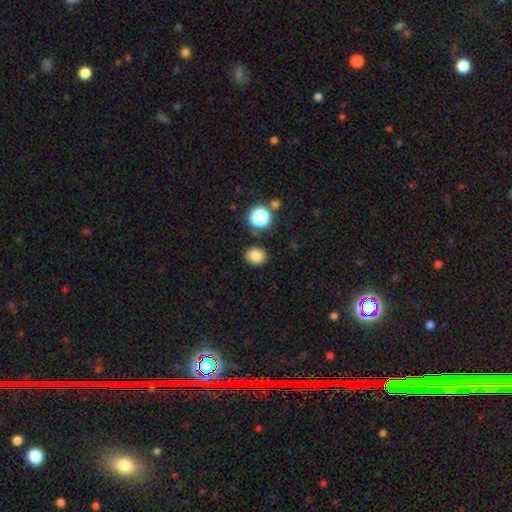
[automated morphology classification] smooth_or_featured: smooth (p=0.81) [alt: star or artifact p=0.13]
how_rounded: round (p=0.51) [alt: in between p=0.48]
merging: none (p=0.85) [alt: minor disturbance p=0.10]